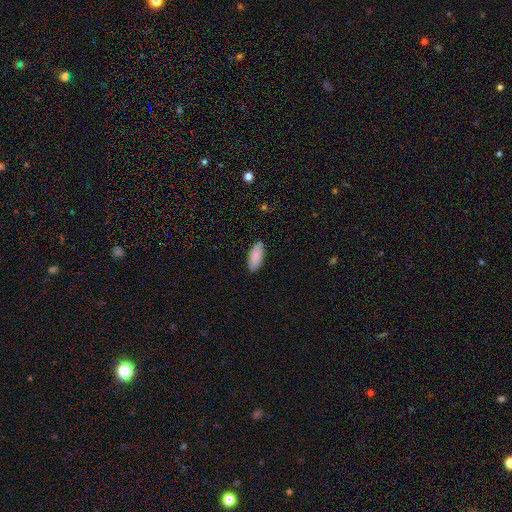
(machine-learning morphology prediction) A smooth galaxy with no disk features (87%) that is in between round and cigar-shaped (82%).

Vote fractions:
- Smooth or featured? smooth: 87% / featured or disk: 7% / star or artifact: 6%
- How rounded? in between: 82% / cigar-shaped: 16% / round: 2%
- Merging? none: 88% / minor disturbance: 9% / major disturbance: 2% / merger: 1%